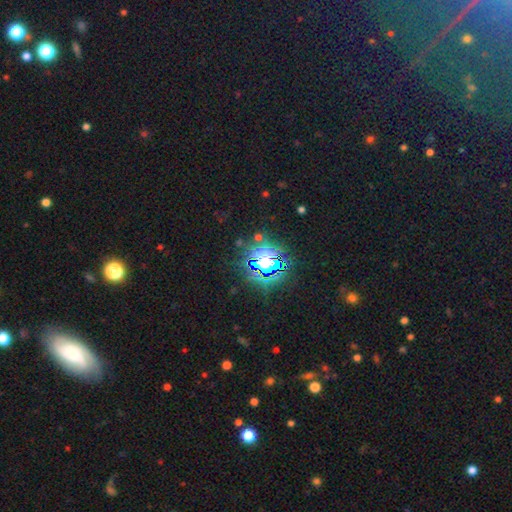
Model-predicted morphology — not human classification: star or artifact 79%, smooth 13%, featured or disk 8%.